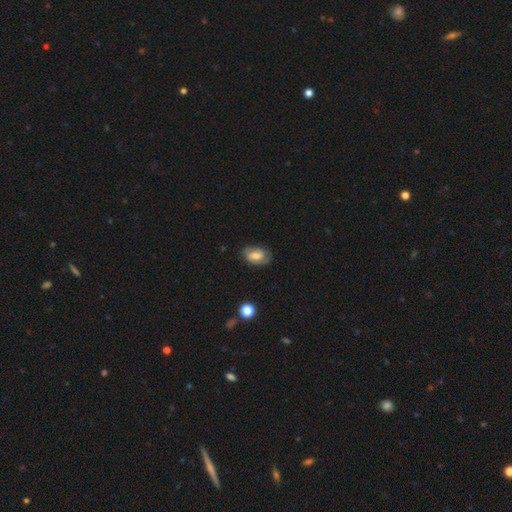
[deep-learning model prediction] Smooth or featured? Predicted: featured or disk (p=0.53). Edge-on disk? Predicted: no (p=0.95). Merging? Predicted: none (p=0.75).